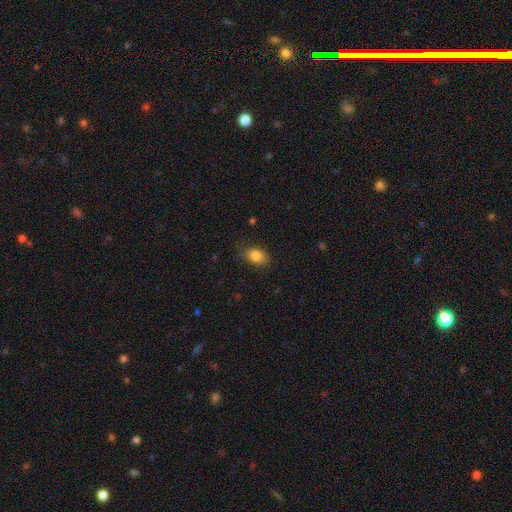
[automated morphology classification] Smooth or featured: smooth — 84% (star or artifact — 9%)
How rounded: in between — 76% (round — 22%)
Merging: none — 80% (minor disturbance — 16%)